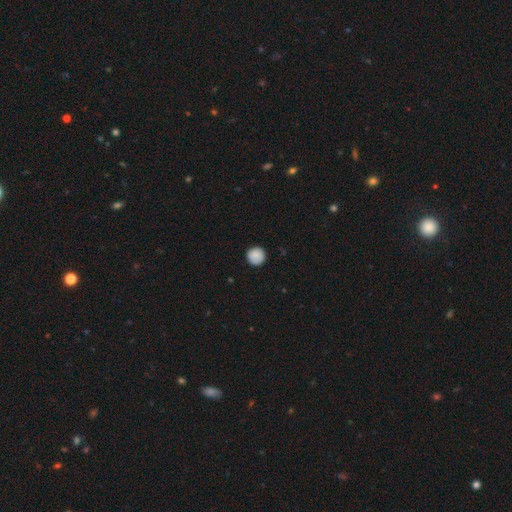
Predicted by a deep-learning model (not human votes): This appears to be a smooth galaxy with no disk features (88%) that is round (95%). Merging: none (89%).